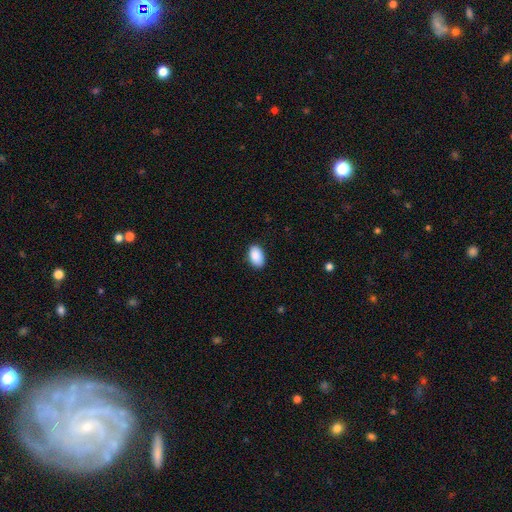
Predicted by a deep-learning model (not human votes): Smooth or featured? smooth (90%)
How rounded? in between (93%)
Merging? none (87%)